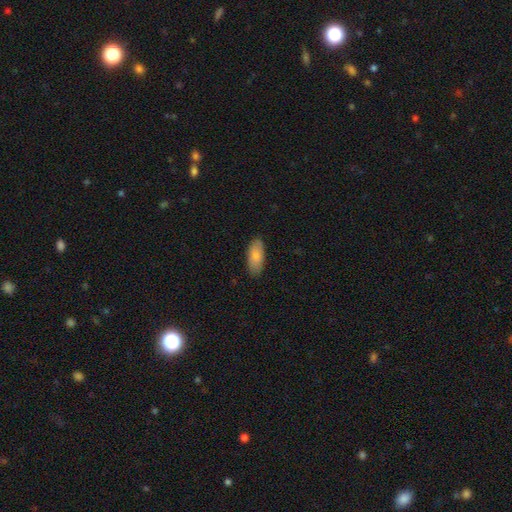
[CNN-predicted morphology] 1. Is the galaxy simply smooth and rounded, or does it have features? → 85% smooth, 10% featured or disk, 6% star or artifact.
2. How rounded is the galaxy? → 85% in between, 14% cigar-shaped, 2% round.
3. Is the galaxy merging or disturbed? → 86% none, 11% minor disturbance, 2% major disturbance, 1% merger.